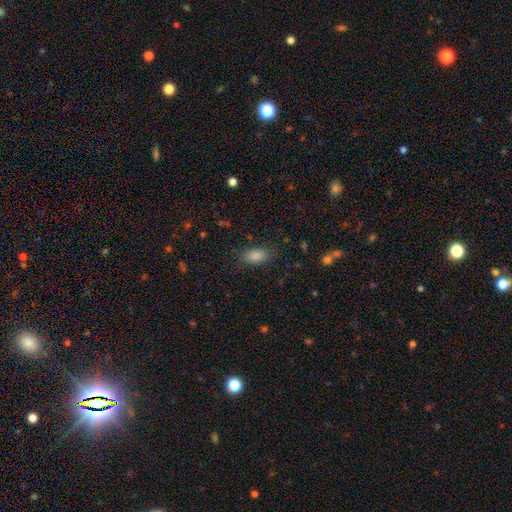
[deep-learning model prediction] A smooth galaxy with no disk features (86%) that is in between round and cigar-shaped (90%). Merging: none (81%).